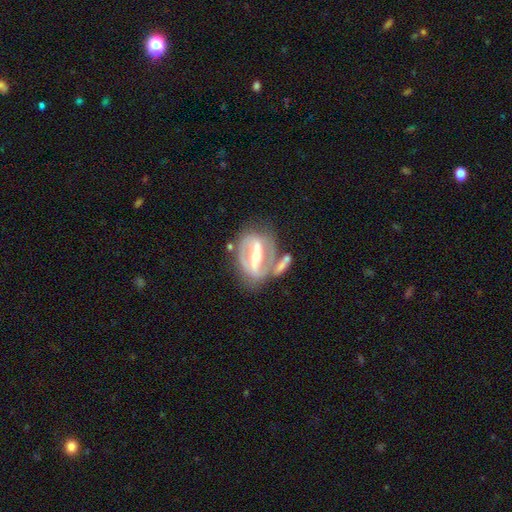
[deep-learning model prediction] A featured or disk galaxy (82%) with a strong bar (78%), 2 (72%) tight (46%) spiral arms (68%) and a moderate central bulge (60%).

Vote fractions:
- Smooth or featured? featured or disk: 82% / smooth: 12% / star or artifact: 6%
- Edge-on disk? no: 90% / yes: 10%
- Bar? strong: 78% / weak: 16% / no: 7%
- Spiral arms? yes: 68% / no: 32%
- Spiral winding? tight: 46% / medium: 38% / loose: 16%
- Spiral arm count? 2: 72% / can't tell: 13% / 1: 11% / 3: 2% / 4: 1% / more than 4: 1%
- Bulge size? moderate: 60% / small: 30% / large: 7% / none: 2% / dominant: 1%
- Merging? none: 51% / merger: 19% / minor disturbance: 18% / major disturbance: 13%